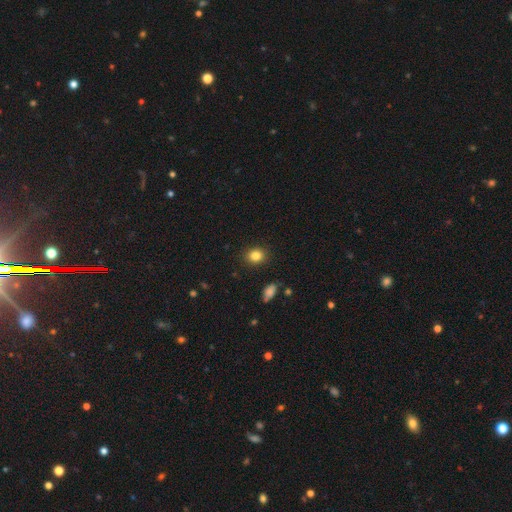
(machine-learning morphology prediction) A smooth galaxy with no disk features (84%) that is round (60%). Merging: none (88%).